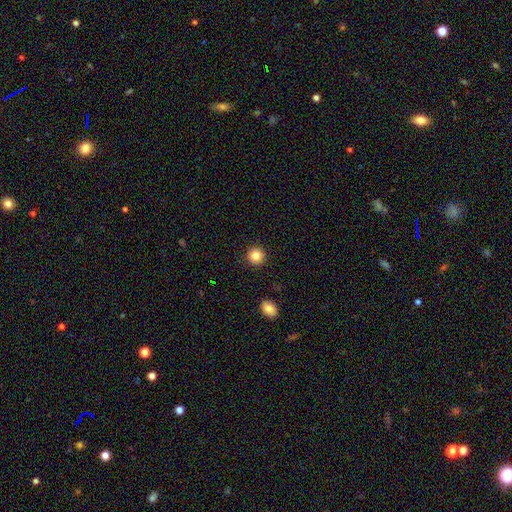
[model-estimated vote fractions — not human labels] A smooth galaxy with no disk features (84%) that is round (94%). Merging: none (92%).